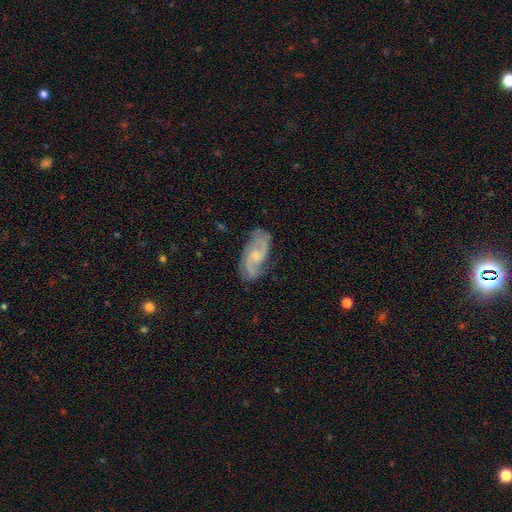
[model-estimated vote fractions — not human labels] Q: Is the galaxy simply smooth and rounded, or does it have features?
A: featured or disk — 84%.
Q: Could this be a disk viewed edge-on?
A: no — 96%.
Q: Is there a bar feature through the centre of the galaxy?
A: no — 53%.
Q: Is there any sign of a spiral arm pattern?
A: yes — 97%.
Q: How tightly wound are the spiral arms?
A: medium — 52%.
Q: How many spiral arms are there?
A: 2 — 79%.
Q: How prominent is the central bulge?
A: small — 51%.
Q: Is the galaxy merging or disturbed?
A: none — 77%.